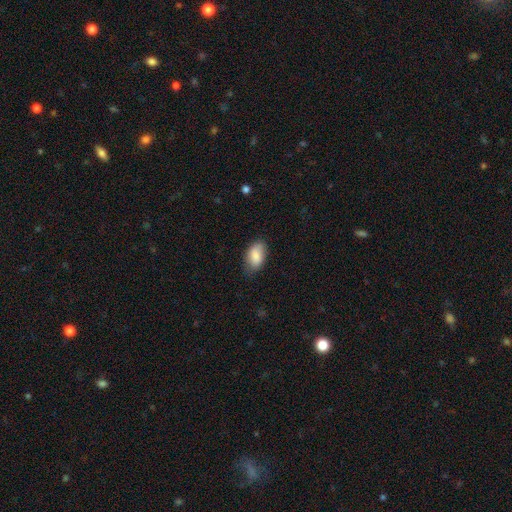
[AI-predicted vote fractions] Overall: smooth (84%). How rounded: in between (93%). Merging: none (73%).